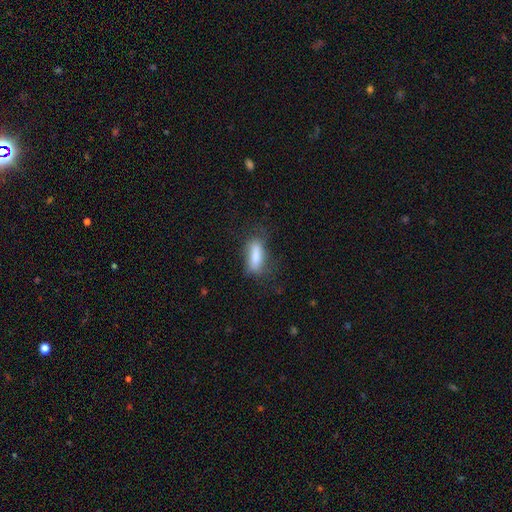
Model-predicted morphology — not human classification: This is likely a smooth galaxy (77%). How rounded: possibly in between (58%). Merging: likely none (62%).